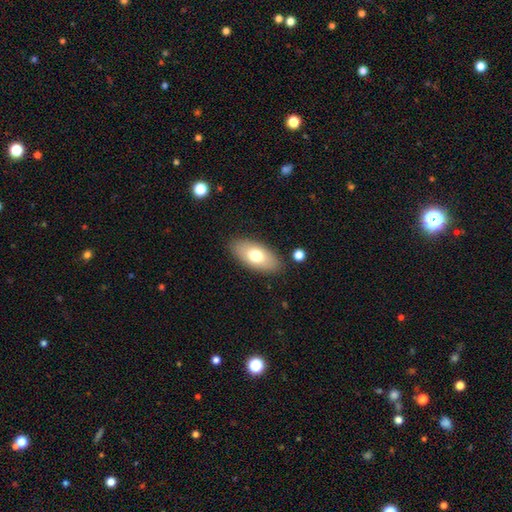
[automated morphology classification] Smooth or featured? smooth (71%)
How rounded? in between (90%)
Merging? none (86%)